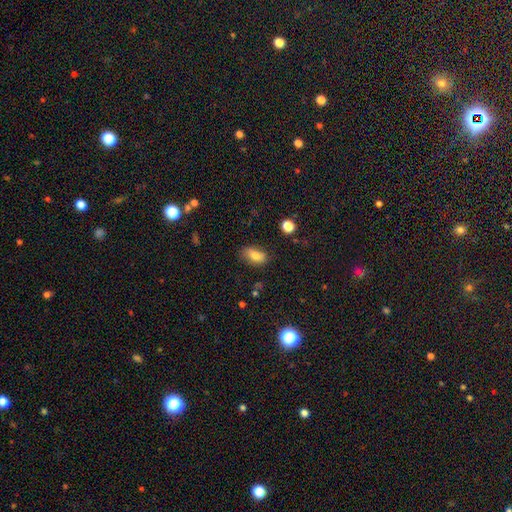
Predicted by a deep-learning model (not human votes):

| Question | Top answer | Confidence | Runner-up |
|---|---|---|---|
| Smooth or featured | smooth | 78% | featured or disk (12%) |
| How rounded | in between | 88% | round (8%) |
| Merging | none | 76% | minor disturbance (17%) |